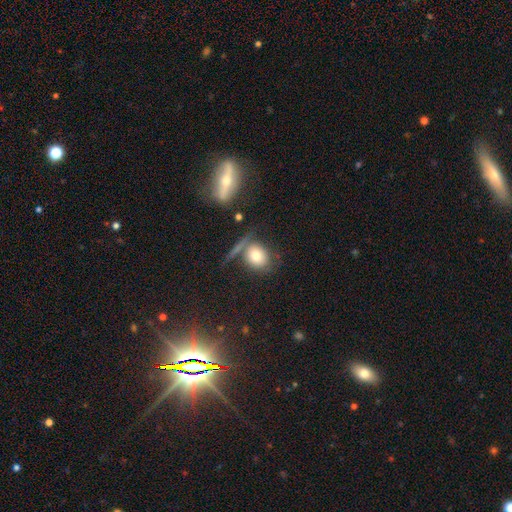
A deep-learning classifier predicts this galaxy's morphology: This is likely a smooth galaxy (74%). How rounded: possibly round (58%). Merging: possibly none (51%).